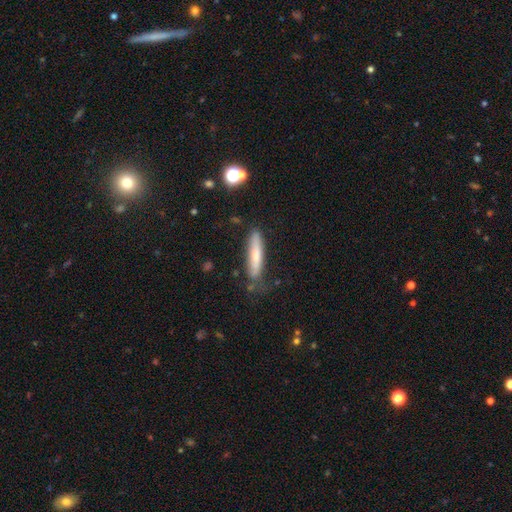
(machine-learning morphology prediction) A smooth galaxy with no disk features (65%) that is cigar-shaped (86%). Merging: none (69%).